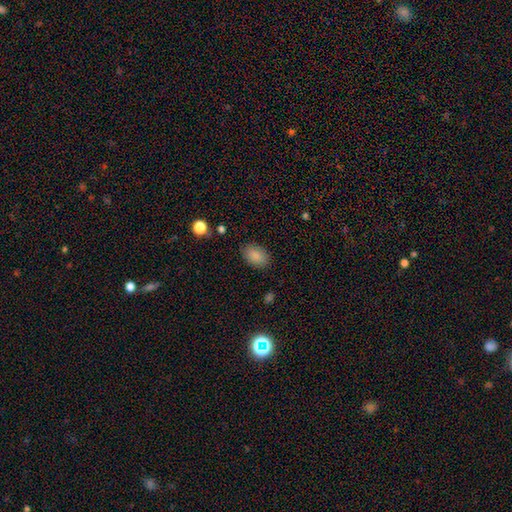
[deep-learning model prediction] Smooth or featured?
  - smooth: 87% *
  - star or artifact: 8%
  - featured or disk: 5%
How rounded?
  - in between: 86% *
  - round: 13%
  - cigar-shaped: 1%
Merging?
  - none: 86% *
  - minor disturbance: 10%
  - major disturbance: 3%
  - merger: 1%